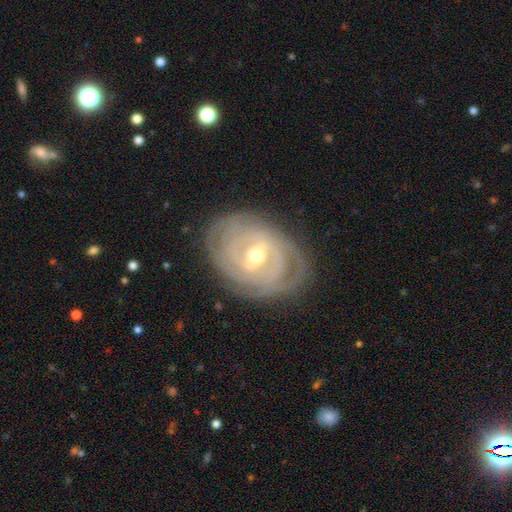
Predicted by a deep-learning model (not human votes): Smooth or featured? Predicted: featured or disk (p=0.86). Edge-on disk? Predicted: no (p=0.95). Bar? Predicted: weak (p=0.51). Spiral arms? Predicted: yes (p=0.94). Spiral winding? Predicted: tight (p=0.81). Spiral arm count? Predicted: can't tell (p=0.38). Bulge size? Predicted: moderate (p=0.61). Merging? Predicted: none (p=0.80).